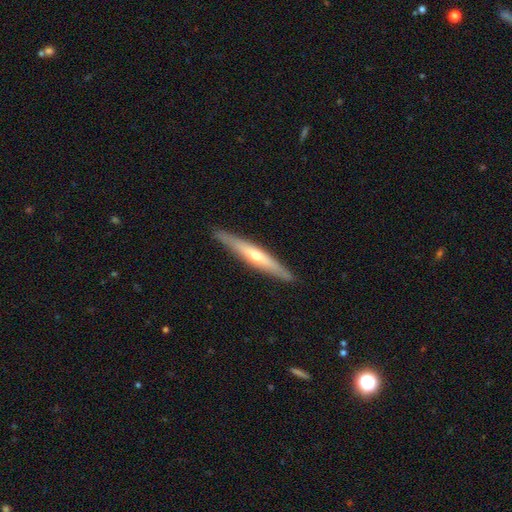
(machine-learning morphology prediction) smooth-or-featured: featured or disk: 63% | smooth: 31% | star or artifact: 6%
  disk-edge-on: yes: 94% | no: 6%
    edge-on-bulge: rounded: 77% | none: 19% | boxy: 4%
  merging: none: 90% | minor disturbance: 7% | major disturbance: 1% | merger: 1%